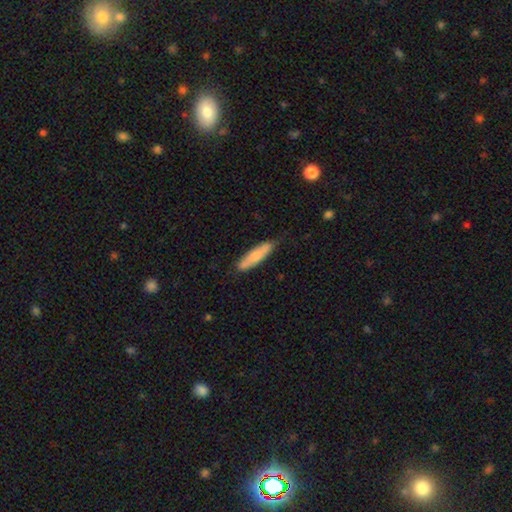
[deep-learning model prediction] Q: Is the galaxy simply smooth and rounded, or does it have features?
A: smooth — 70%.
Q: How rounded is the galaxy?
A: cigar-shaped — 68%.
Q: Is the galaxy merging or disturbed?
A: none — 77%.